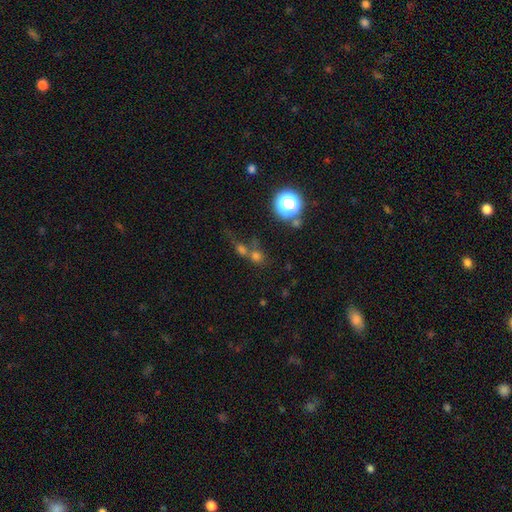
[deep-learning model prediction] Smooth or featured? smooth (59%)
How rounded? round (77%)
Merging? merger (44%)